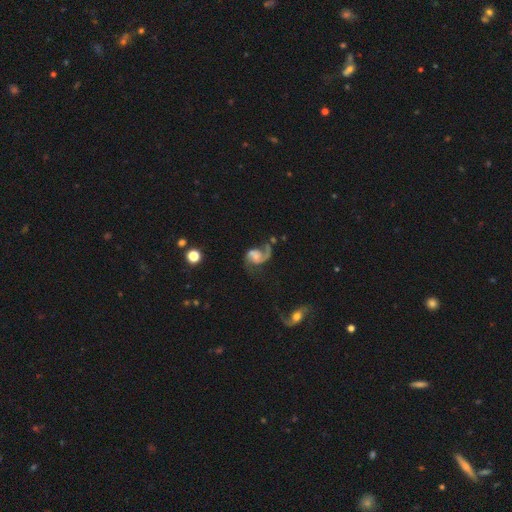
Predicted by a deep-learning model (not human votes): Smooth or featured? featured or disk (82%)
Edge-on disk? no (98%)
Bar? no (64%)
Spiral arms? yes (95%)
Spiral winding? loose (44%)
Spiral arm count? 2 (63%)
Bulge size? small (47%)
Merging? none (43%)